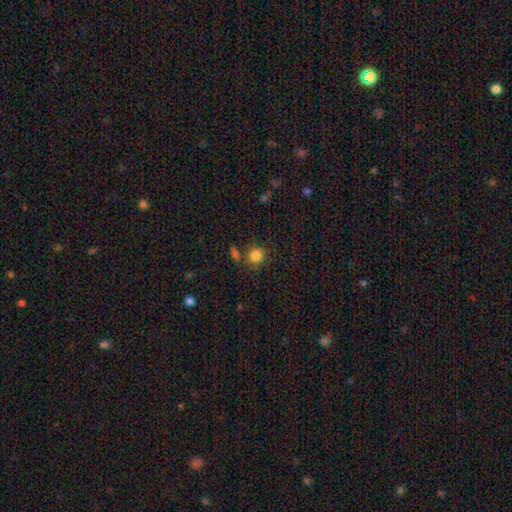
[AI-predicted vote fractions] Morphology: type=smooth (83%); roundness=round (80%); merging=none (72%).